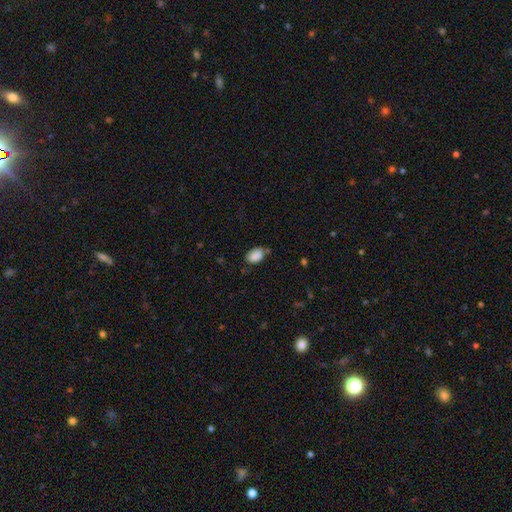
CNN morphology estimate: type=smooth (86%); roundness=in between (88%); merging=none (58%).